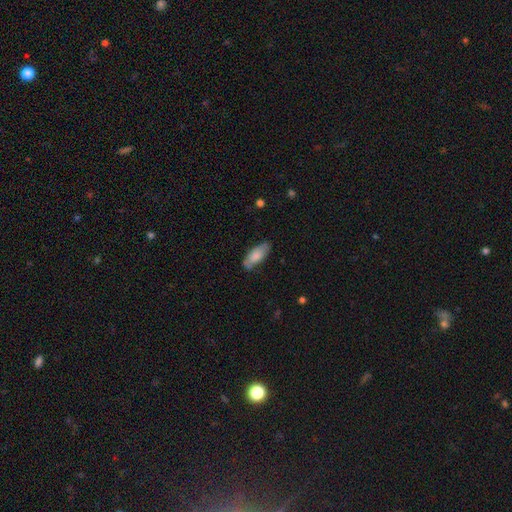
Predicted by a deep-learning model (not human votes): A smooth galaxy with no disk features (77%) that is in between round and cigar-shaped (77%). Merging: none (69%).